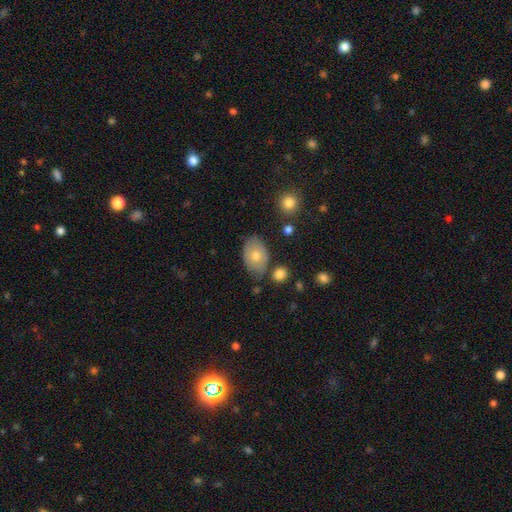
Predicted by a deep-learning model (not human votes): Smooth or featured: smooth — 69% (featured or disk — 22%)
How rounded: in between — 84% (round — 15%)
Merging: none — 74% (minor disturbance — 17%)